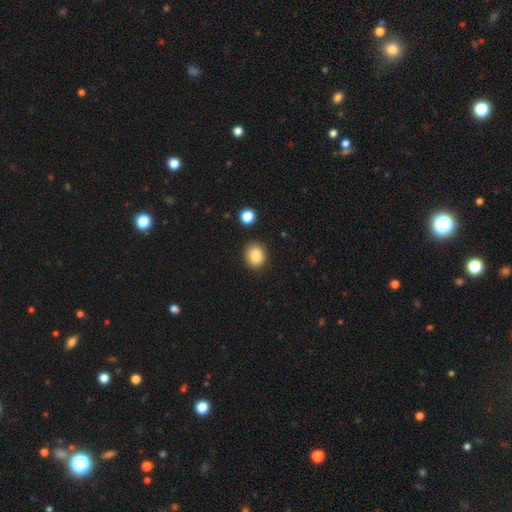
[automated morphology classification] smooth 85%, star or artifact 9%, featured or disk 6%. Down the decision tree: how rounded — round (66%); merging — none (87%).